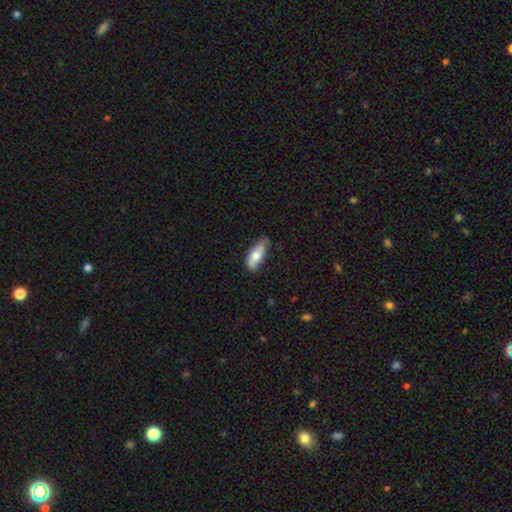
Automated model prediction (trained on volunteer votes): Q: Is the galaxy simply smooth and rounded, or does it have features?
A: smooth — 65%.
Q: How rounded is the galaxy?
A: in between — 75%.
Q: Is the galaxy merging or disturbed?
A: none — 61%.